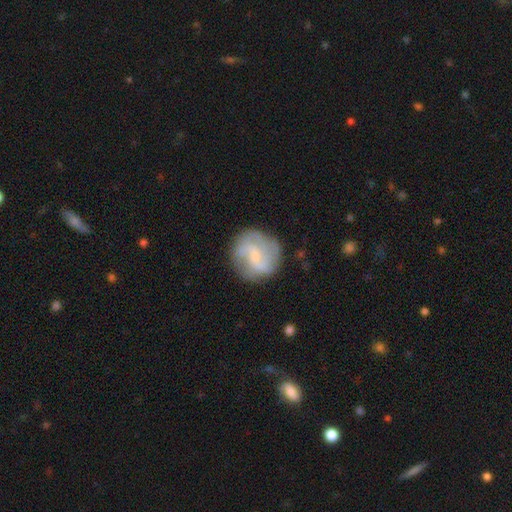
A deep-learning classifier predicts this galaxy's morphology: Smooth or featured?
  - featured or disk: 66% *
  - smooth: 28%
  - star or artifact: 7%
Edge-on disk?
  - no: 98% *
  - yes: 2%
Bar?
  - weak: 49% *
  - no: 38%
  - strong: 13%
Spiral arms?
  - yes: 88% *
  - no: 12%
Spiral winding?
  - medium: 42% *
  - loose: 34%
  - tight: 23%
Spiral arm count?
  - 2: 47% *
  - can't tell: 22%
  - 3: 18%
  - 4: 5%
  - 1: 4%
  - more than 4: 4%
Bulge size?
  - small: 64% *
  - moderate: 21%
  - none: 13%
  - large: 2%
  - dominant: 1%
Merging?
  - none: 76% *
  - minor disturbance: 15%
  - major disturbance: 7%
  - merger: 2%